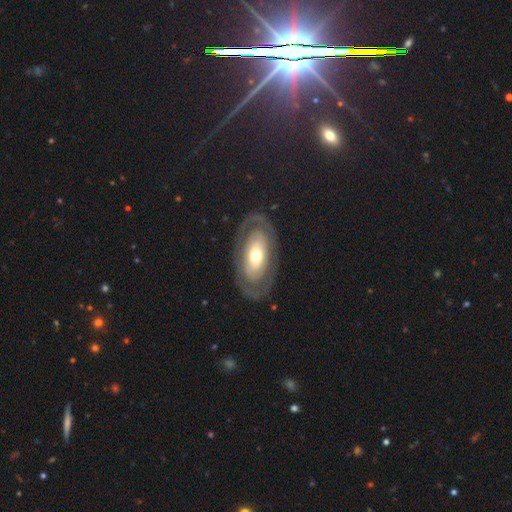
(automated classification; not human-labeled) This is likely a featured or disk galaxy (68%). It is clearly not viewed edge-on (91%). Bar: likely no (76%). Spiral arm pattern: possibly no (54%). Central bulge: likely moderate (61%). Merging: clearly none (80%).